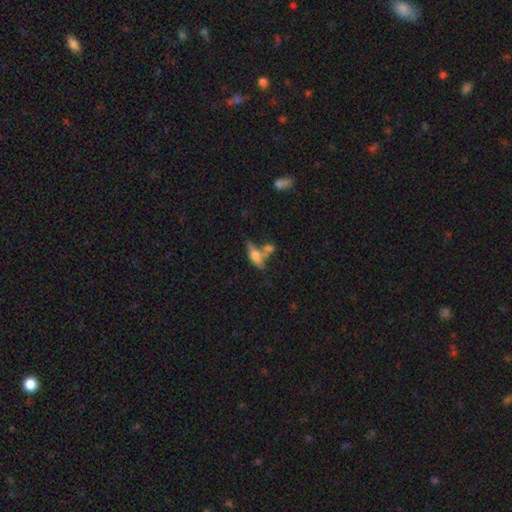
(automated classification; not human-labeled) Overall: smooth (45%, tied with featured or disk). Merging: none (43%; merger 33%).